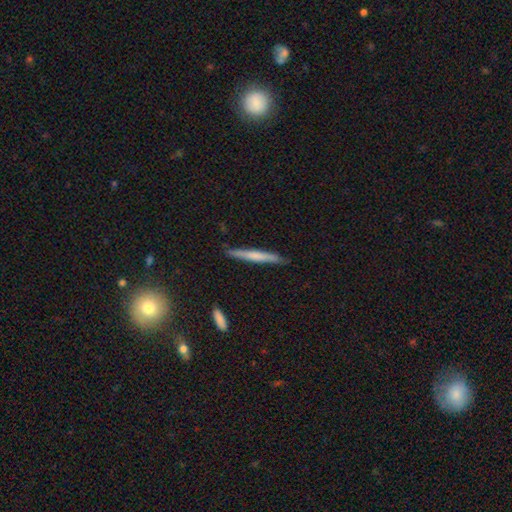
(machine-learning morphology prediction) Smooth or featured?
  - smooth: 57% *
  - featured or disk: 37%
  - star or artifact: 6%
How rounded?
  - cigar-shaped: 96% *
  - in between: 3%
  - round: 1%
Merging?
  - none: 88% *
  - minor disturbance: 9%
  - major disturbance: 2%
  - merger: 1%